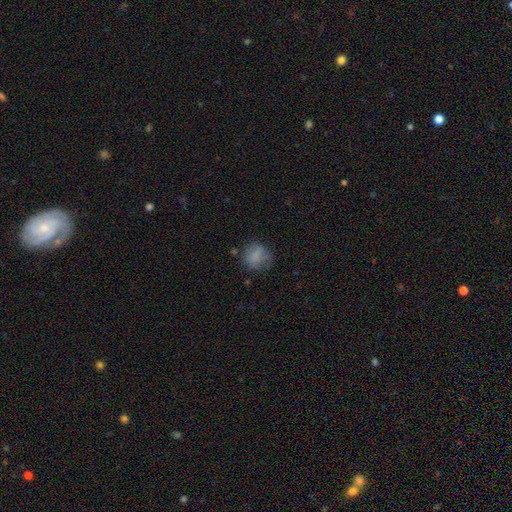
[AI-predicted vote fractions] Smooth or featured? Predicted: smooth (p=0.79). How rounded? Predicted: round (p=0.73). Merging? Predicted: none (p=0.60).